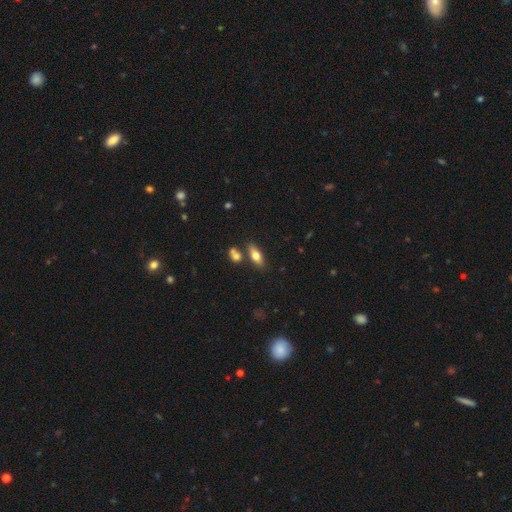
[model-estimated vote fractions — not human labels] smooth_or_featured: smooth (p=0.69) [alt: featured or disk p=0.23]
how_rounded: in between (p=0.74) [alt: cigar-shaped p=0.22]
merging: none (p=0.71) [alt: merger p=0.14]